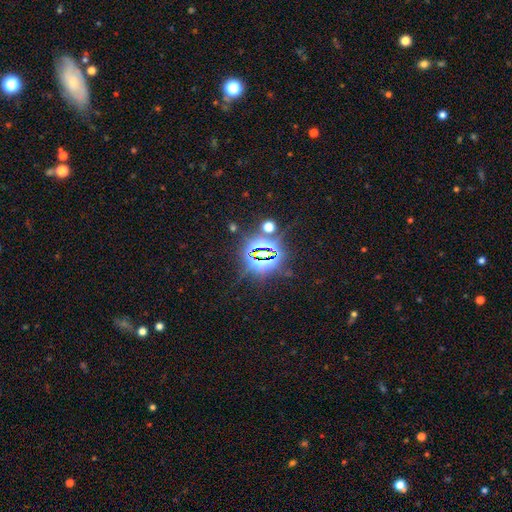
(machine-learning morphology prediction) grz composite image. It shows a star or artifact, not a galaxy (81%).